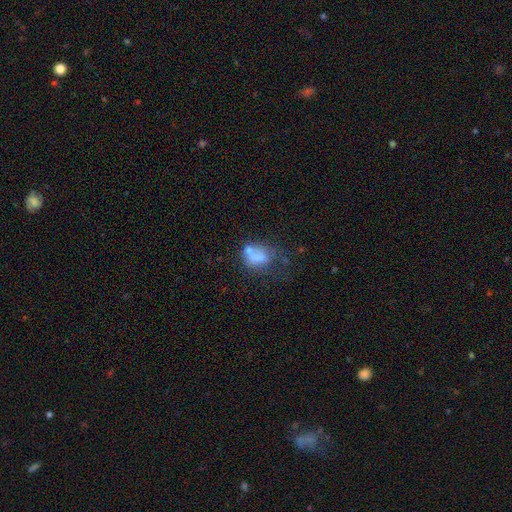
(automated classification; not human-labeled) Smooth or featured: smooth — 63% (featured or disk — 26%)
How rounded: in between — 72% (round — 26%)
Merging: major disturbance — 27% (tied with merger — 27%)